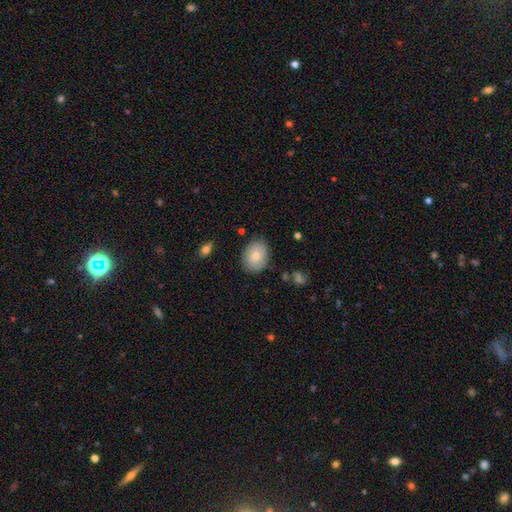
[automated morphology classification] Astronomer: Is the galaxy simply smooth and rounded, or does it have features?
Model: smooth — 79%.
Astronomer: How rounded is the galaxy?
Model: in between — 59% (runner-up: round, 40%).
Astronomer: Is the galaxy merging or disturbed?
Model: none — 83%.